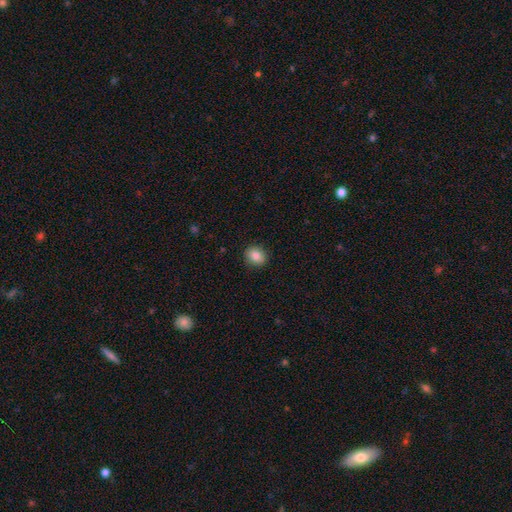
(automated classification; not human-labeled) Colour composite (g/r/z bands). It shows a smooth galaxy with no disk features (85%) that is round (66%). Merging: none (90%).